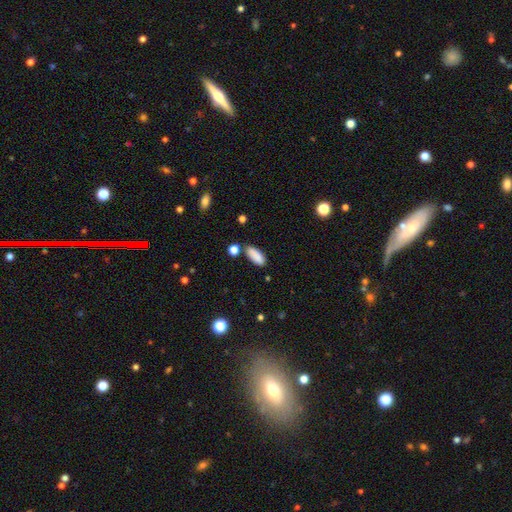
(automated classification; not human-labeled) Morphology: type=smooth (88%); roundness=in between (80%); merging=none (78%).